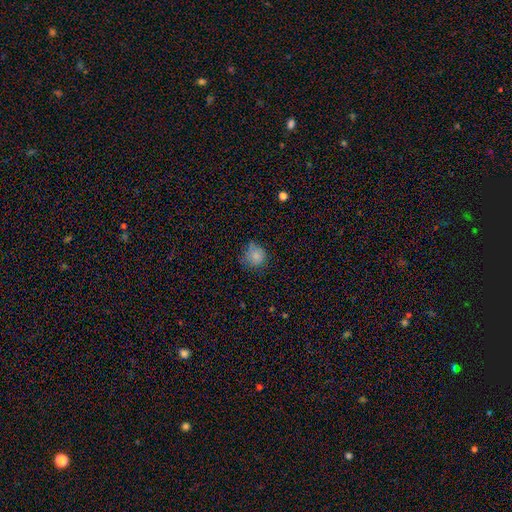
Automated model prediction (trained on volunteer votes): smooth_or_featured: smooth (p=0.81) [alt: star or artifact p=0.11]
how_rounded: round (p=0.84) [alt: in between p=0.15]
merging: none (p=0.62) [alt: minor disturbance p=0.28]